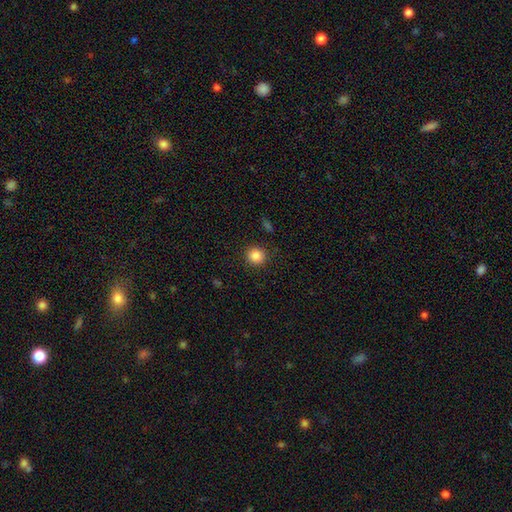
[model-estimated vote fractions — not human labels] This is clearly a smooth galaxy (86%). How rounded: clearly round (91%). Merging: clearly none (90%).